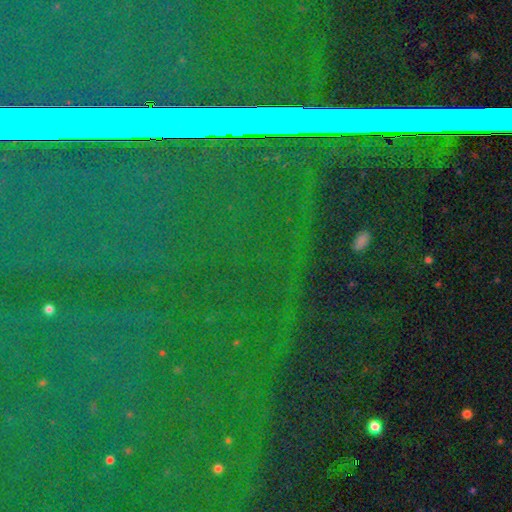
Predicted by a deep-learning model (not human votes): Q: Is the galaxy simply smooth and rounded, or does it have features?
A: star or artifact — 85%.